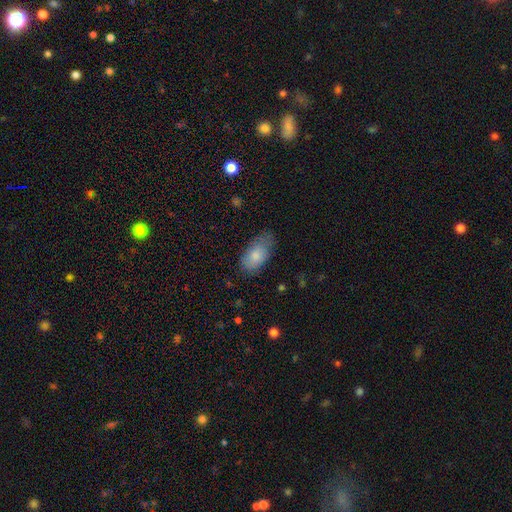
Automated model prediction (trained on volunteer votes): Smooth or featured?
  - smooth: 80% *
  - featured or disk: 13%
  - star or artifact: 6%
How rounded?
  - in between: 93% *
  - round: 4%
  - cigar-shaped: 3%
Merging?
  - none: 64% *
  - minor disturbance: 27%
  - major disturbance: 8%
  - merger: 1%